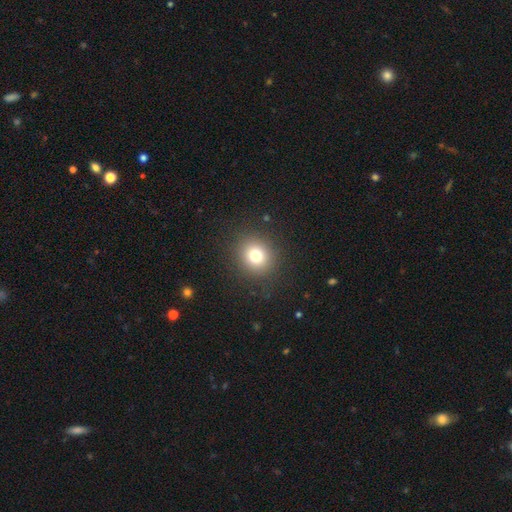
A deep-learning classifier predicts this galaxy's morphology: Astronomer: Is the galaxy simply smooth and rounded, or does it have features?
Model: smooth — 76%.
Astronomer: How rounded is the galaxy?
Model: round — 85%.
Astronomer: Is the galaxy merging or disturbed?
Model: none — 88%.